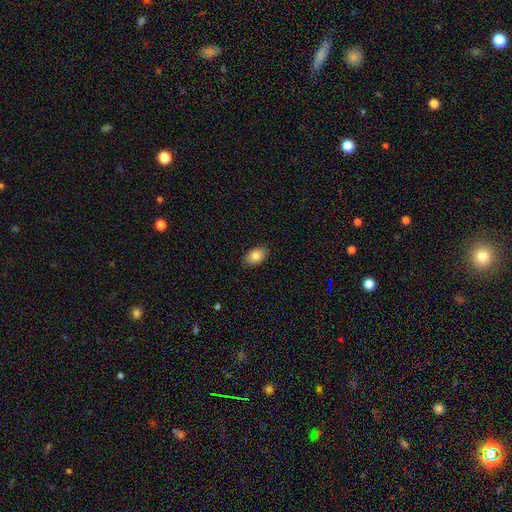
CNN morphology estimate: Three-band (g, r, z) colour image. It shows a smooth galaxy with no disk features (84%) that is in between round and cigar-shaped (90%). Merging: none (86%).